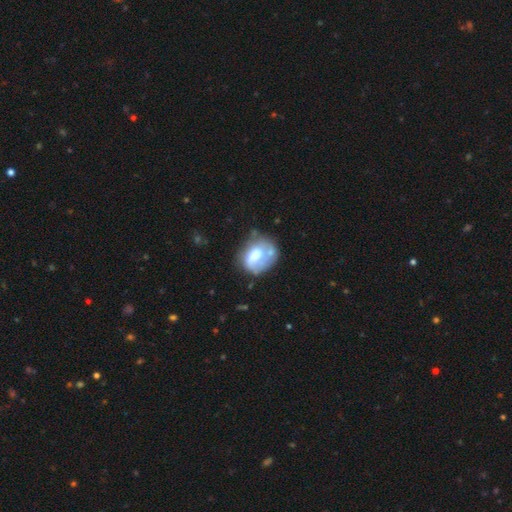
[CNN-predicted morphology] Overall: smooth (50%; featured or disk 42%). How rounded: round (49%, tied with in between). Merging: none (42%; minor disturbance 25%).